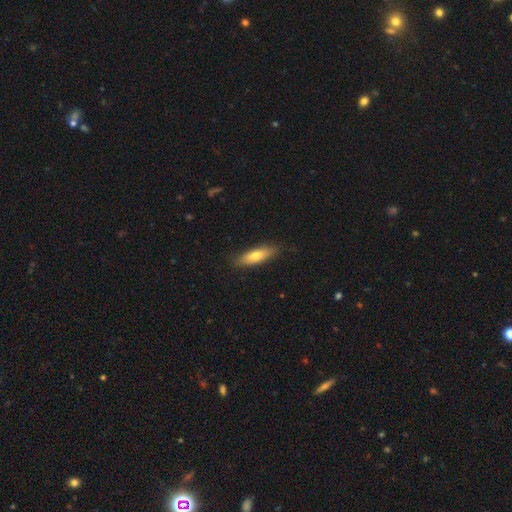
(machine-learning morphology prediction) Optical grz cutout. It shows a smooth galaxy with no disk features (71%) that is cigar-shaped (52%). Merging: none (85%).